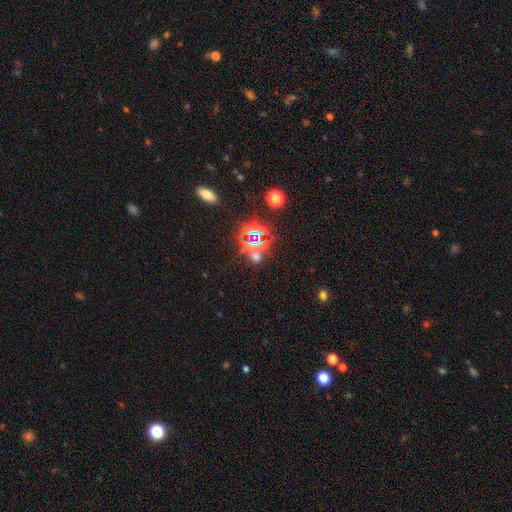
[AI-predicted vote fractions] This appears to be a star or artifact, not a galaxy (63%).